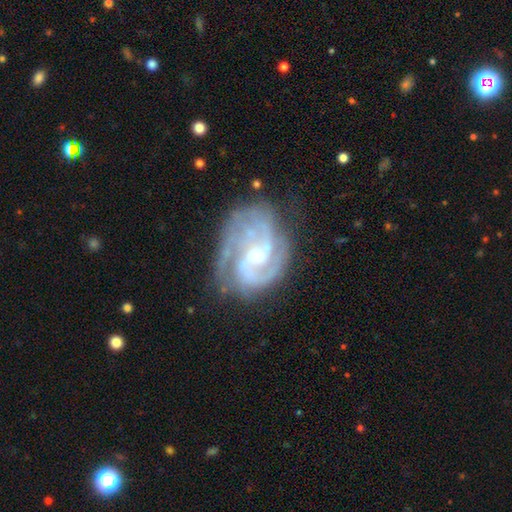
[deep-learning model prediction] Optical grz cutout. It shows a featured or disk galaxy (90%) with a weak bar (49%), 2 (53%) medium (48%) spiral arms (98%) and a moderate central bulge (47%). Merging: none (66%).